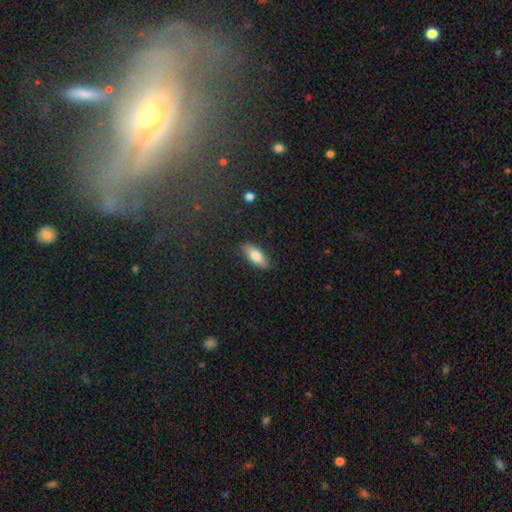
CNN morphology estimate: smooth_or_featured: smooth (p=0.80) [alt: featured or disk p=0.14]
how_rounded: in between (p=0.79) [alt: cigar-shaped p=0.18]
merging: none (p=0.87) [alt: minor disturbance p=0.10]